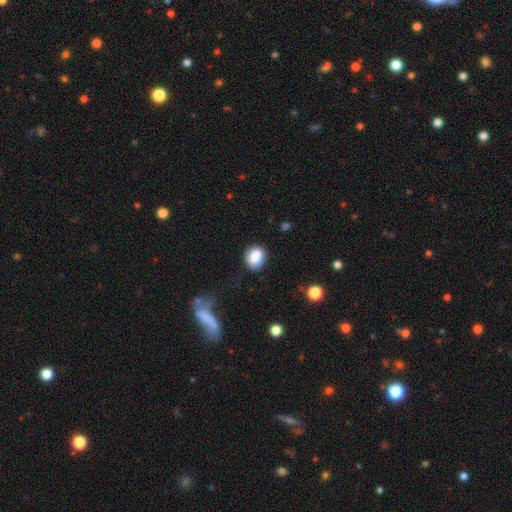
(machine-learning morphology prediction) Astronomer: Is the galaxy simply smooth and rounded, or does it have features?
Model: smooth — 84%.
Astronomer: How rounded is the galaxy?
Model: in between — 51% (runner-up: round, 48%).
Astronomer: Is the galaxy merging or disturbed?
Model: none — 76%.